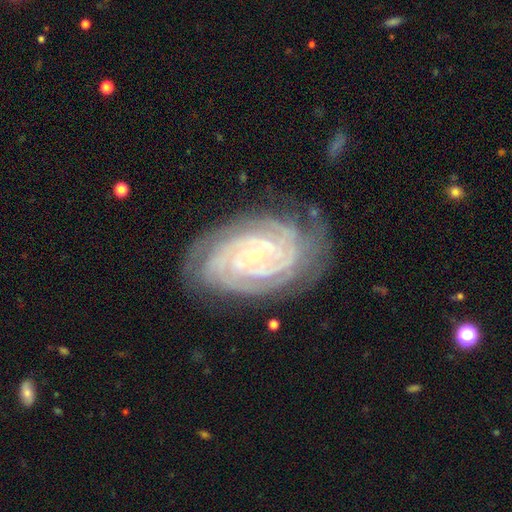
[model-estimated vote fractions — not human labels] This is clearly a featured or disk galaxy (91%). It is clearly not viewed edge-on (97%). Bar: likely no (62%). Spiral arm pattern: clearly yes (98%). Spiral arm count: marginally 4 (27%). Spiral winding: clearly tight (84%). Central bulge: likely small (78%). Merging: likely none (77%).